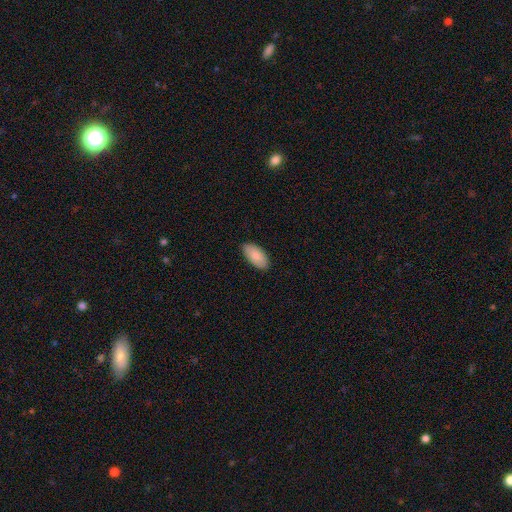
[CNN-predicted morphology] Overall: smooth (86%). How rounded: in between (95%). Merging: none (87%).